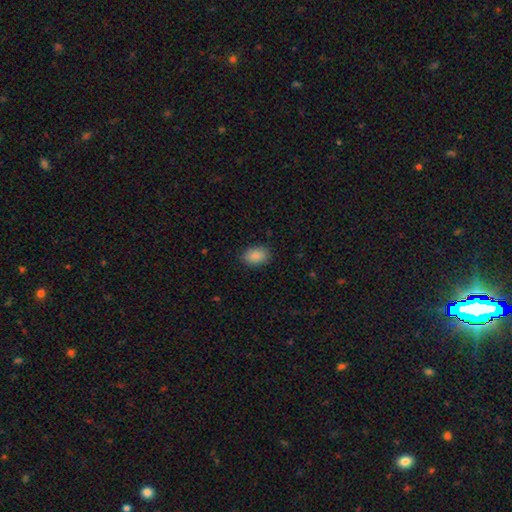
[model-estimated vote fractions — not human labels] This is clearly a smooth galaxy (89%). How rounded: clearly in between (85%). Merging: clearly none (86%).